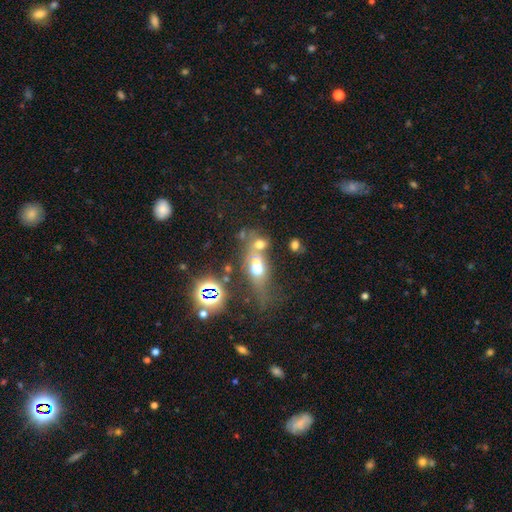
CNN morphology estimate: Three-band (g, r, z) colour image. It shows a smooth galaxy with no disk features (43%). Merging: none (39%).